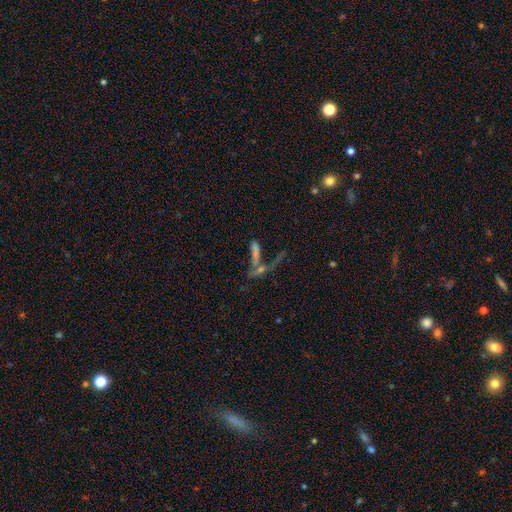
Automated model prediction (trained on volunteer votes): This appears to be a smooth galaxy with no disk features (41%). Merging: merger (46%).